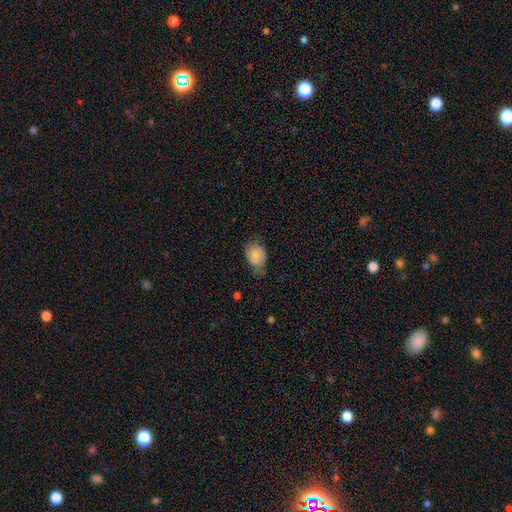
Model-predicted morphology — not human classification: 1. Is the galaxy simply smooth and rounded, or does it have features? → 78% smooth, 14% featured or disk, 7% star or artifact.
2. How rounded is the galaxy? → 81% in between, 18% round, 1% cigar-shaped.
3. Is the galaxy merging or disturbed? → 47% none, 39% minor disturbance, 12% major disturbance, 2% merger.